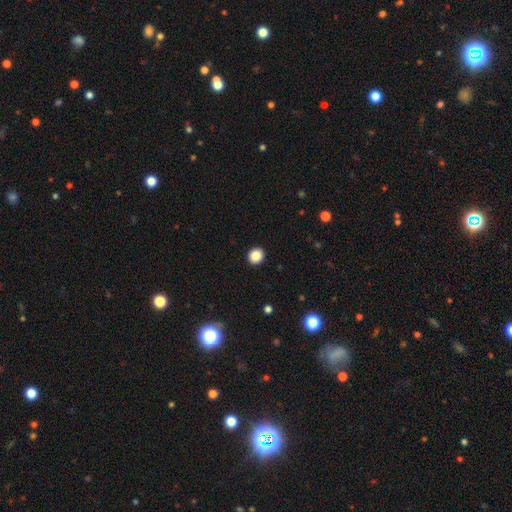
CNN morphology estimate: Q: Smooth or featured?
A: smooth (87%); runner-up: star or artifact (10%)
Q: How rounded?
A: round (86%); runner-up: in between (13%)
Q: Merging?
A: none (93%); runner-up: minor disturbance (5%)